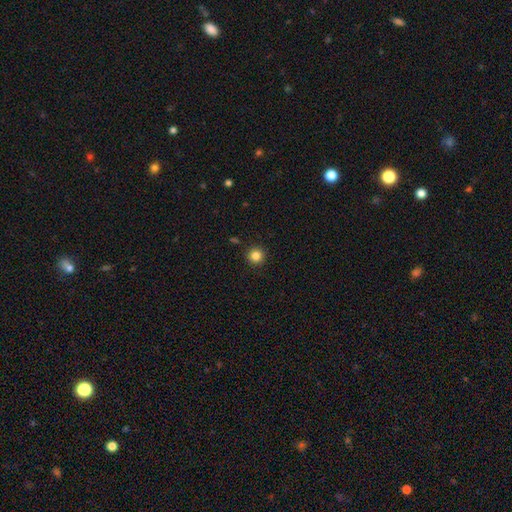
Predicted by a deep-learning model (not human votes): This is clearly a smooth galaxy (85%). How rounded: clearly round (95%). Merging: clearly none (91%).